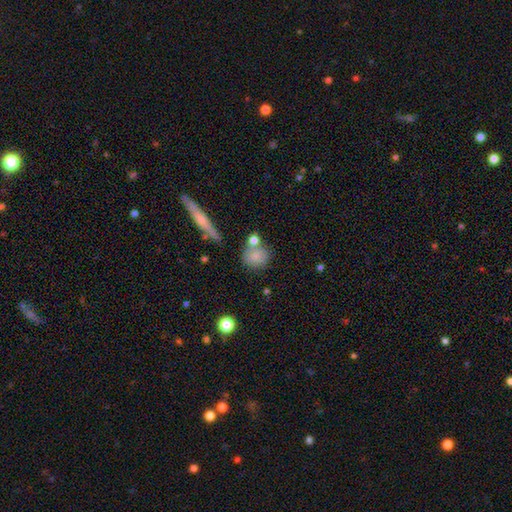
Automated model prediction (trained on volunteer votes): A smooth galaxy with no disk features (79%) that is round (81%). Merging: none (60%).